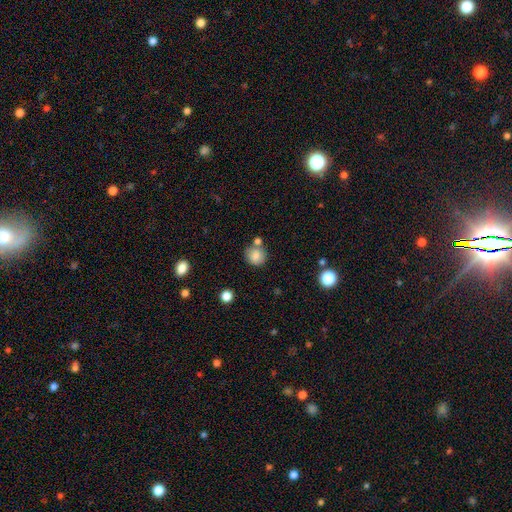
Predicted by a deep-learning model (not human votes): Smooth or featured? Predicted: smooth (p=0.82). How rounded? Predicted: round (p=0.88). Merging? Predicted: none (p=0.67).